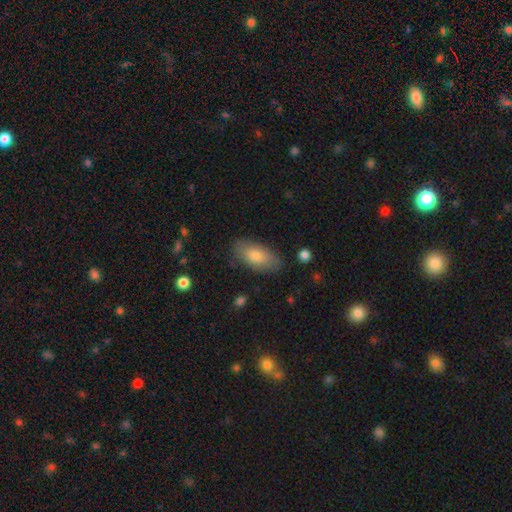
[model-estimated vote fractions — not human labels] The model was most divided on "smooth or featured": smooth: 77%, featured or disk: 17%, star or artifact: 6%. More confident: how rounded — in between (89%); merging — none (82%).